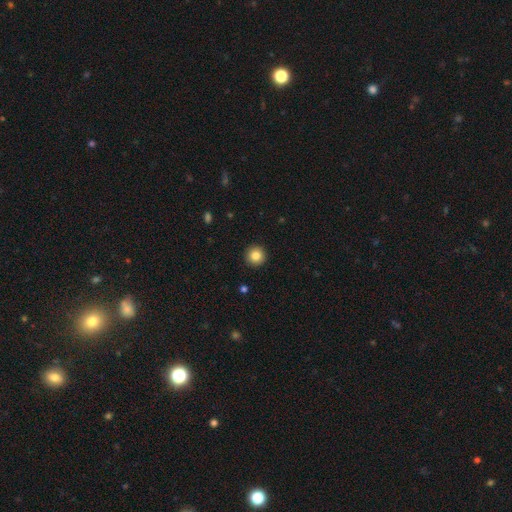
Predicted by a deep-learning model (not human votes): The model was most divided on "smooth or featured": smooth: 84%, star or artifact: 10%, featured or disk: 6%. More confident: how rounded — round (96%); merging — none (93%).